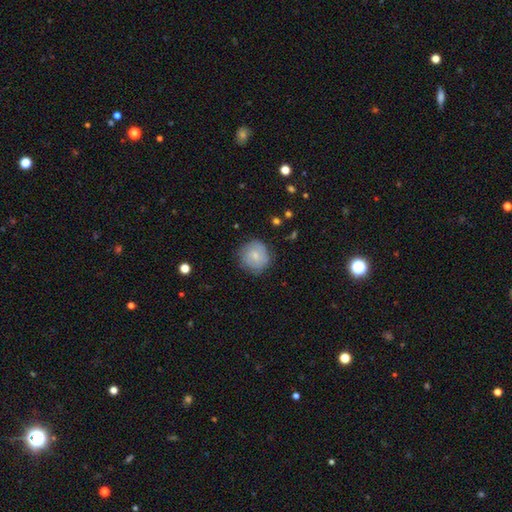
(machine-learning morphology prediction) Smooth or featured?
  - smooth: 61% *
  - featured or disk: 32%
  - star or artifact: 7%
How rounded?
  - round: 89% *
  - in between: 10%
  - cigar-shaped: 1%
Merging?
  - none: 75% *
  - minor disturbance: 18%
  - major disturbance: 5%
  - merger: 1%